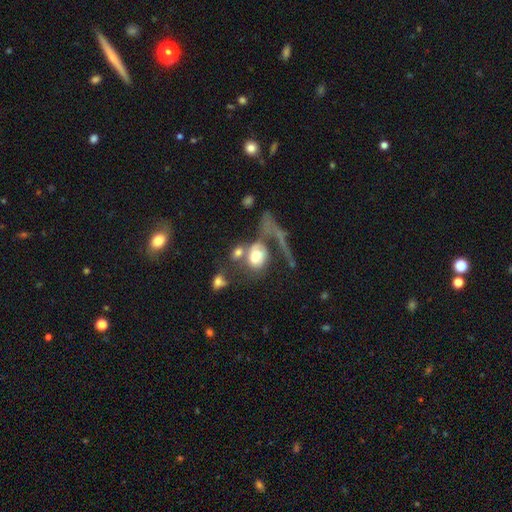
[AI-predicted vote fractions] Smooth or featured? smooth (53%)
How rounded? in between (63%)
Merging? merger (43%)